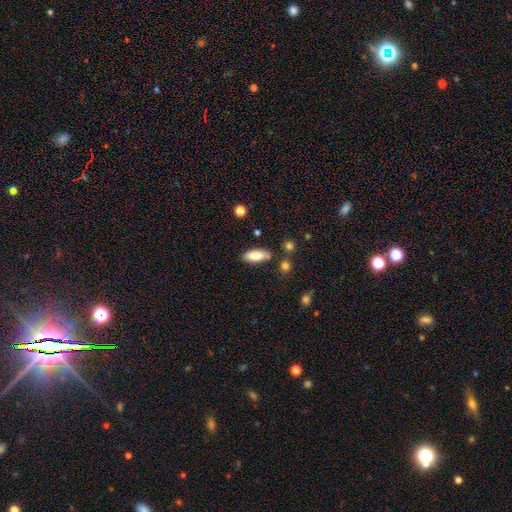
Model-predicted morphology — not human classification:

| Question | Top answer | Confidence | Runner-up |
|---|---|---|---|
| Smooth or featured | smooth | 81% | featured or disk (13%) |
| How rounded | in between | 78% | cigar-shaped (20%) |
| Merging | none | 79% | minor disturbance (13%) |